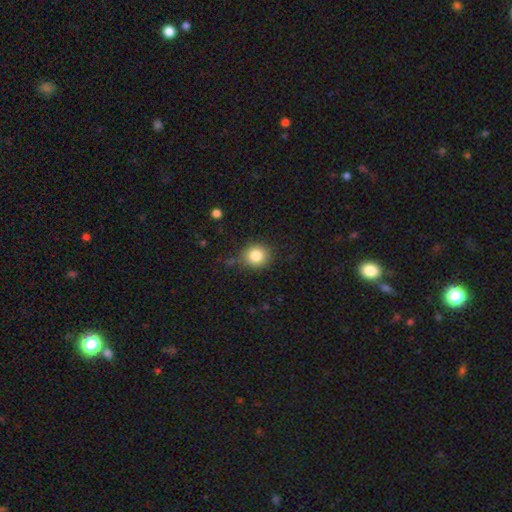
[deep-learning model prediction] Smooth or featured? smooth (83%)
How rounded? round (83%)
Merging? none (75%)